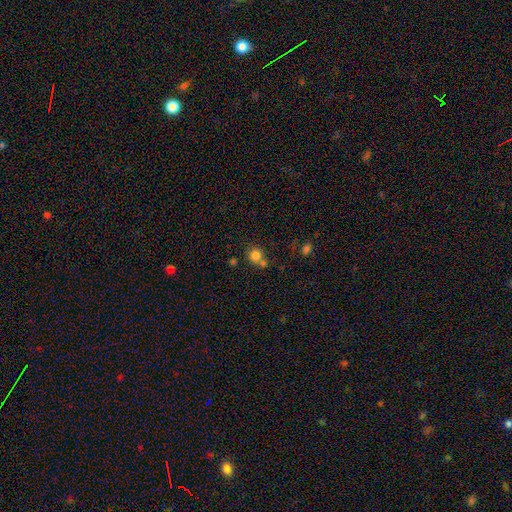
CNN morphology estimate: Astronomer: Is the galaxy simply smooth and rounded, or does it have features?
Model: smooth — 80%.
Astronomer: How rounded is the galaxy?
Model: round — 87%.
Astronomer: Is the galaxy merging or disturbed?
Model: none — 57%.